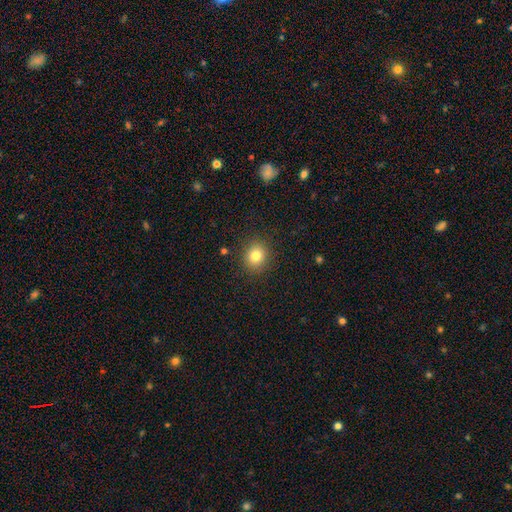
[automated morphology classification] Overall: smooth (81%). How rounded: round (80%). Merging: none (89%).